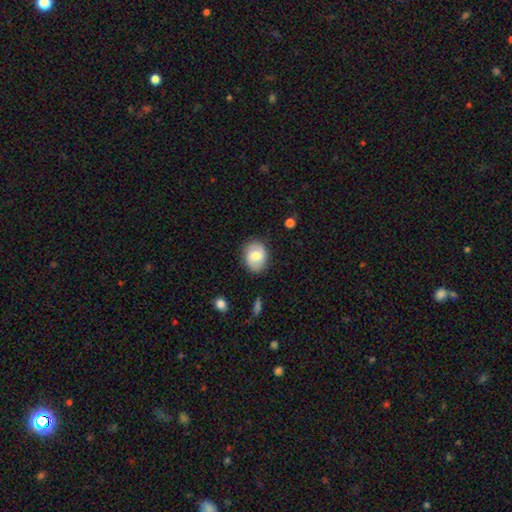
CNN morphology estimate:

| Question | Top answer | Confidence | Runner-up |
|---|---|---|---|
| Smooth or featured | smooth | 67% | featured or disk (26%) |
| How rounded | in between | 54% | round (45%) |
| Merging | none | 81% | minor disturbance (14%) |